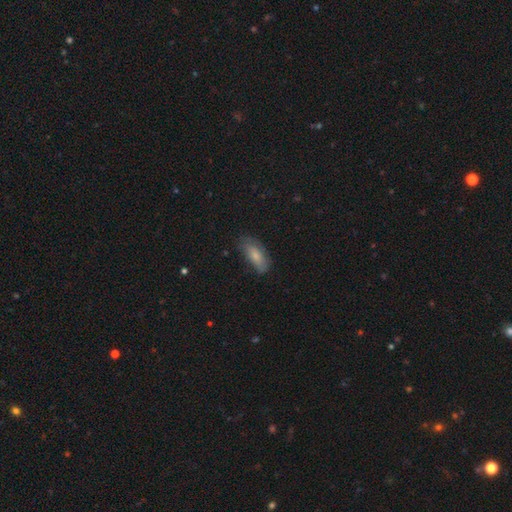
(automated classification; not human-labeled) Smooth or featured?
  - smooth: 77% *
  - featured or disk: 16%
  - star or artifact: 7%
How rounded?
  - in between: 78% *
  - cigar-shaped: 19%
  - round: 2%
Merging?
  - none: 66% *
  - minor disturbance: 26%
  - major disturbance: 7%
  - merger: 2%